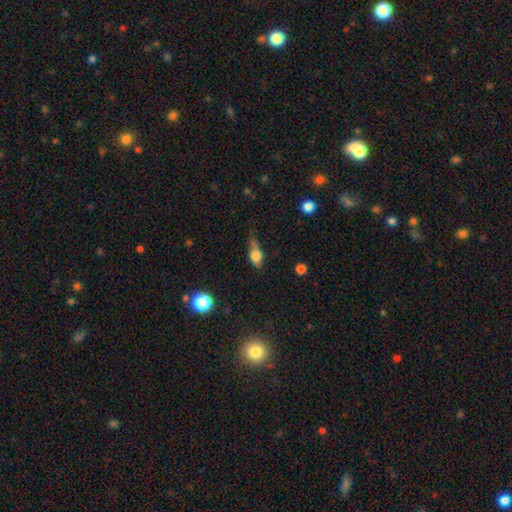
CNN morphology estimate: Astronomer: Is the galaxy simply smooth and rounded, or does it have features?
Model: smooth — 70%.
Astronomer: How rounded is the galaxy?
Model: in between — 70%.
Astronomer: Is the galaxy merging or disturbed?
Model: minor disturbance — 40%, tied with none at 40%.